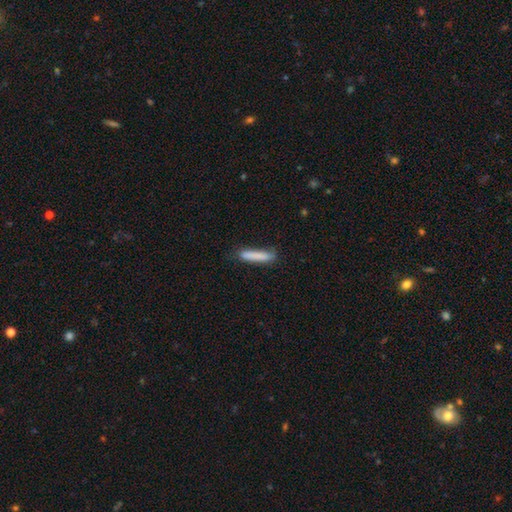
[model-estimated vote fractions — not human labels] Q: Smooth or featured?
A: smooth (83%); runner-up: featured or disk (11%)
Q: How rounded?
A: cigar-shaped (90%); runner-up: in between (8%)
Q: Merging?
A: none (78%); runner-up: minor disturbance (17%)